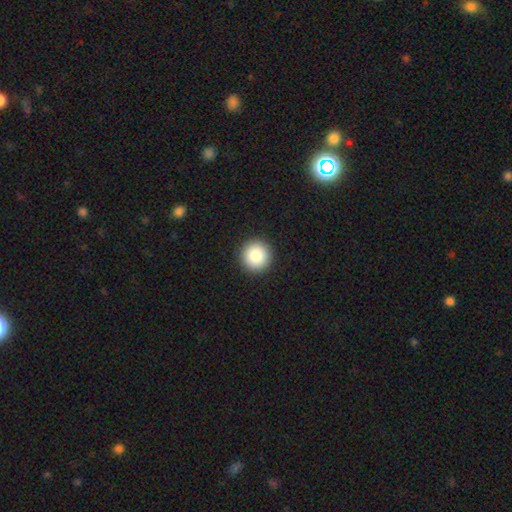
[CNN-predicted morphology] Smooth or featured? Predicted: smooth (p=0.86). How rounded? Predicted: round (p=0.96). Merging? Predicted: none (p=0.93).